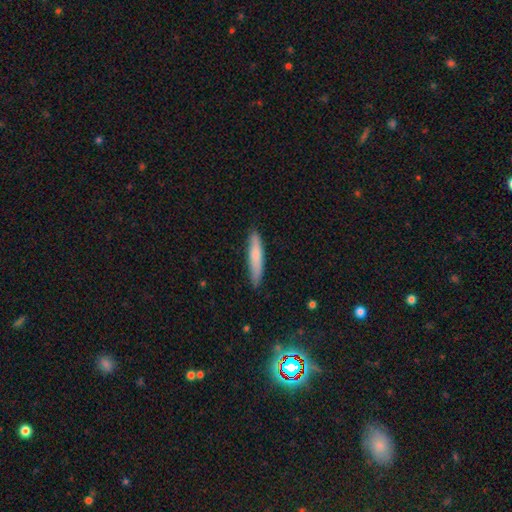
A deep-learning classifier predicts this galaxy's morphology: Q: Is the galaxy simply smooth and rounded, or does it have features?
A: smooth — 72%.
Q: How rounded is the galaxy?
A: cigar-shaped — 90%.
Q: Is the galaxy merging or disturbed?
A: none — 86%.